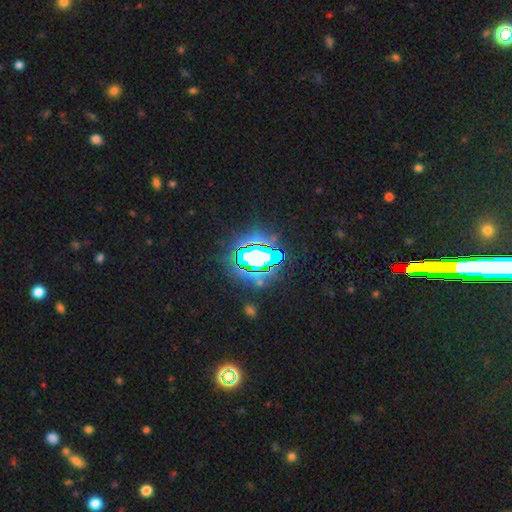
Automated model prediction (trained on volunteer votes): Smooth or featured: star or artifact — 72% (smooth — 15%)